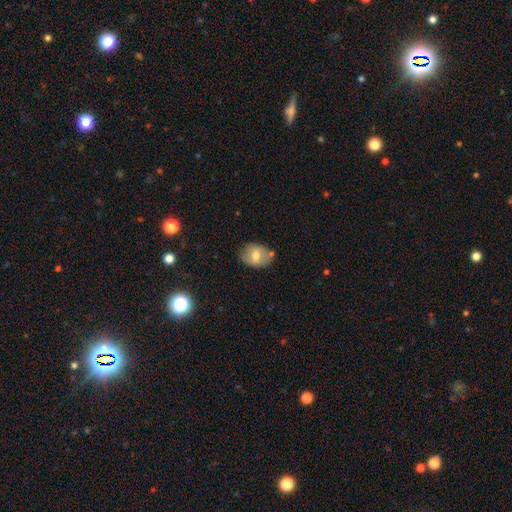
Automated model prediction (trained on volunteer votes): smooth 65%, featured or disk 27%, star or artifact 8%. Down the decision tree: how rounded — in between (64%); merging — none (68%).